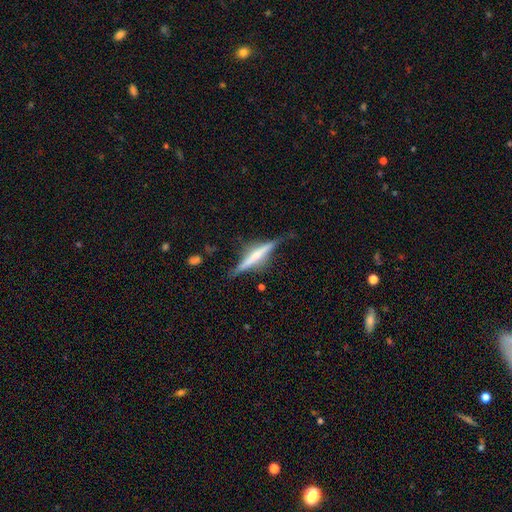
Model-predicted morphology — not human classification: Smooth or featured? Predicted: featured or disk (p=0.63). Edge-on disk? Predicted: yes (p=0.94). Edge-on bulge? Predicted: rounded (p=0.46). Merging? Predicted: none (p=0.72).